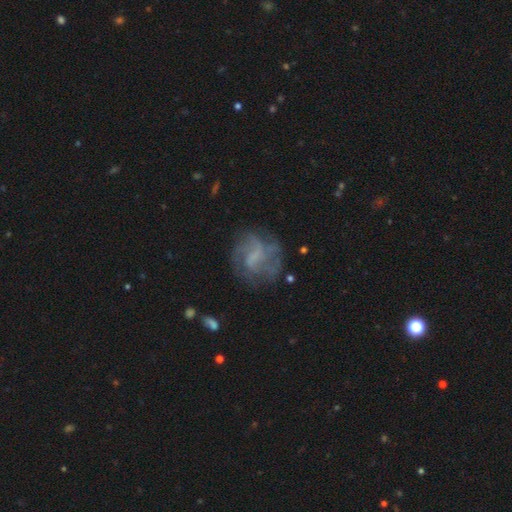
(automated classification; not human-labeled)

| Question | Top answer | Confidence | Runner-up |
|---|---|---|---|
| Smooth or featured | featured or disk | 69% | smooth (21%) |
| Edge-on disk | no | 98% | yes (2%) |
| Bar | weak | 46% | no (38%) |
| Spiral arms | yes | 80% | no (20%) |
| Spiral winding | medium | 41% | loose (32%) |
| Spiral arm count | can't tell | 33% | 2 (29%) |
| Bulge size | none | 54% | small (24%) |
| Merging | none | 65% | minor disturbance (18%) |